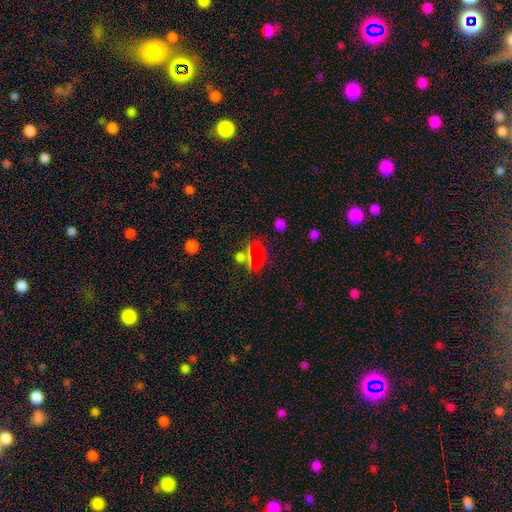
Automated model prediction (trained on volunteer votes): Overall: smooth (64%; star or artifact 27%). How rounded: in between (58%; round 39%). Merging: none (65%).